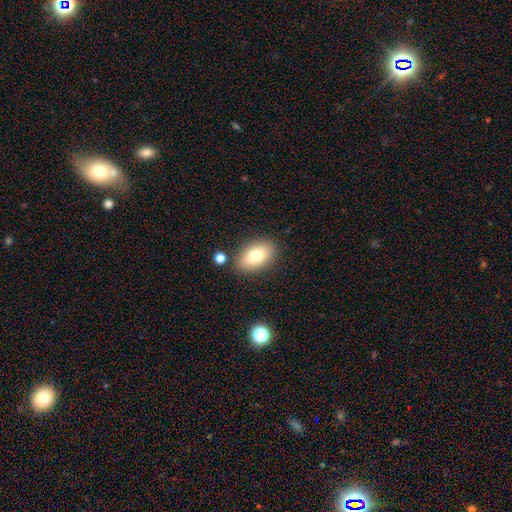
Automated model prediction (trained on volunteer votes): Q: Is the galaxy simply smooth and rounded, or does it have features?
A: smooth — 75%.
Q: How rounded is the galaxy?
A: in between — 88%.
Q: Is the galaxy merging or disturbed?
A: none — 84%.